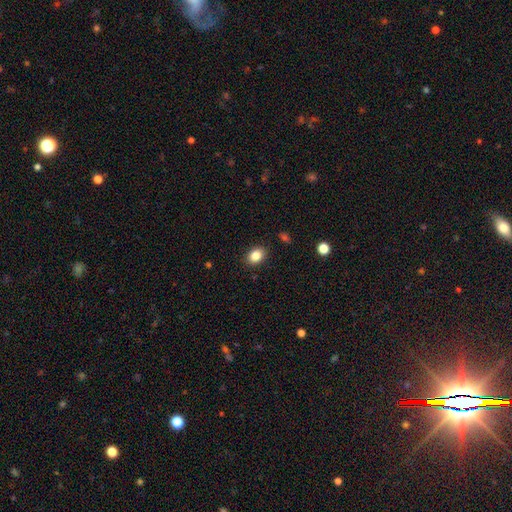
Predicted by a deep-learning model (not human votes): smooth 86%, star or artifact 9%, featured or disk 5%. Down the decision tree: how rounded — in between (66%); merging — none (89%).